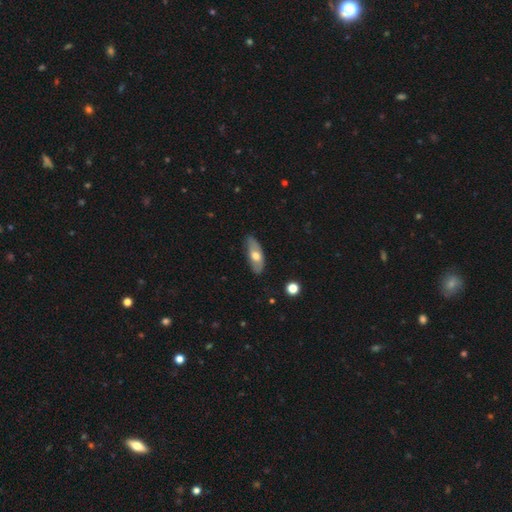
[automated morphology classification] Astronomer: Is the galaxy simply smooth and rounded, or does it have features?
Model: smooth — 55% (runner-up: featured or disk, 39%).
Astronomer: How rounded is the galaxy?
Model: in between — 79%.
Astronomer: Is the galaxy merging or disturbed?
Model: none — 74%.